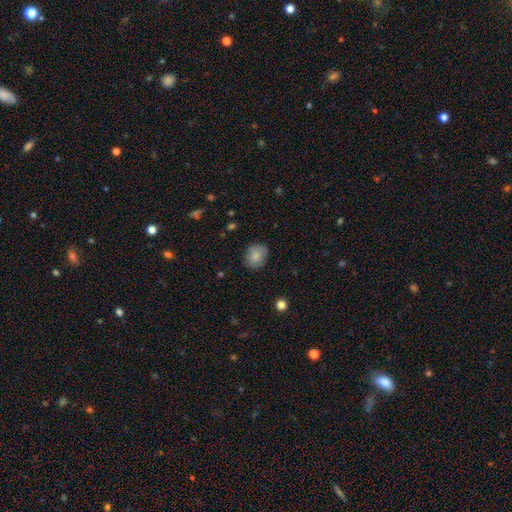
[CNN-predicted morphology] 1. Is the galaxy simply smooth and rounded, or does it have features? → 83% smooth, 10% featured or disk, 8% star or artifact.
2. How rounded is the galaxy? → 59% round, 40% in between, 1% cigar-shaped.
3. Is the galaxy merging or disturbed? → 80% none, 15% minor disturbance, 3% major disturbance, 1% merger.